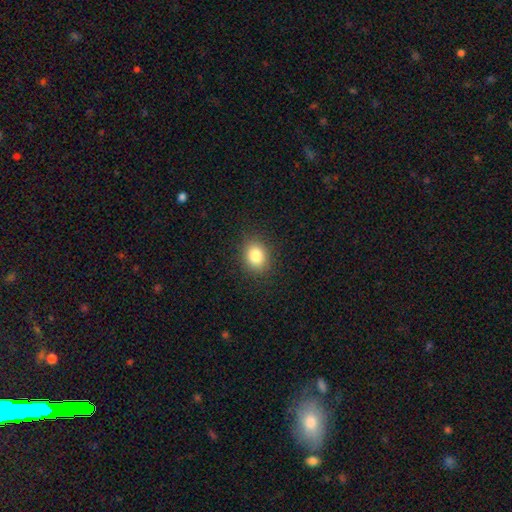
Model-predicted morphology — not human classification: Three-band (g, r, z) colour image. It shows a smooth galaxy with no disk features (84%) that is round (52%). Merging: none (88%).